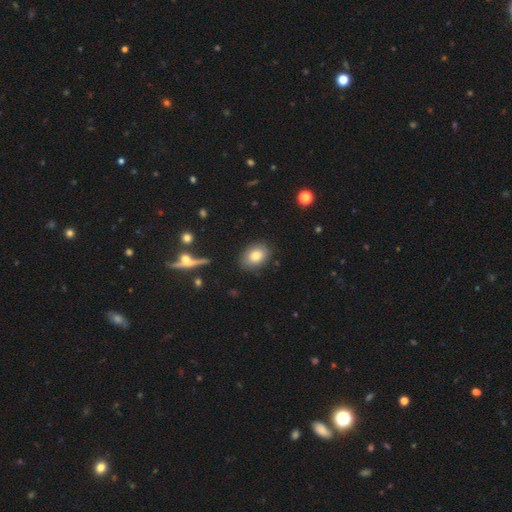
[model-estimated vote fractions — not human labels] Smooth or featured?
  - smooth: 80% *
  - featured or disk: 12%
  - star or artifact: 9%
How rounded?
  - in between: 74% *
  - round: 25%
  - cigar-shaped: 1%
Merging?
  - none: 82% *
  - minor disturbance: 13%
  - major disturbance: 3%
  - merger: 2%